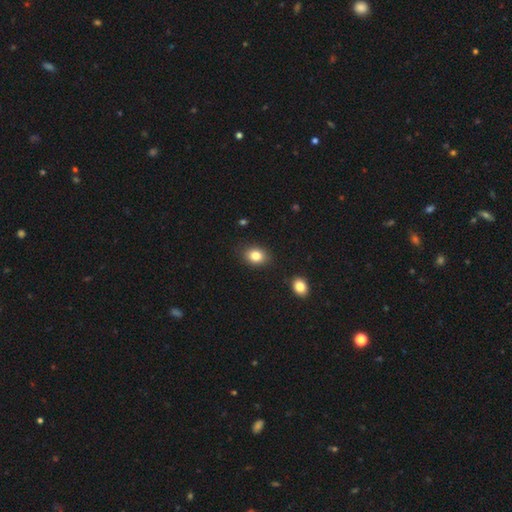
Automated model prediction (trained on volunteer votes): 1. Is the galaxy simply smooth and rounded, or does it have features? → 83% smooth, 10% star or artifact, 7% featured or disk.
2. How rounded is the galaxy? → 58% in between, 41% round, 1% cigar-shaped.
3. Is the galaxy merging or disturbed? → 85% none, 10% minor disturbance, 2% major disturbance, 2% merger.